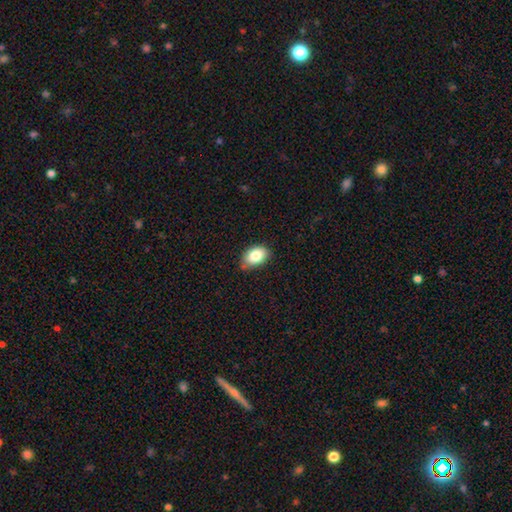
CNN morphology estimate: This is clearly a smooth galaxy (83%). How rounded: clearly in between (87%). Merging: likely none (74%).